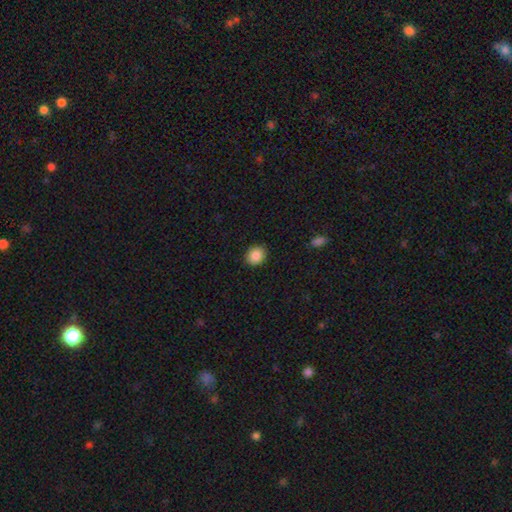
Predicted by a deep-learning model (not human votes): Morphology: type=smooth (87%); roundness=round (65%); merging=none (90%).